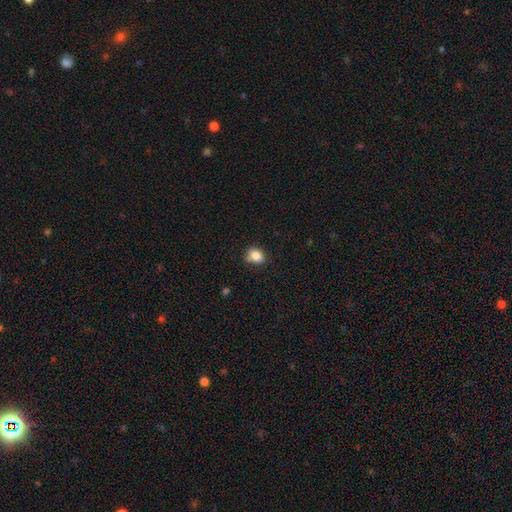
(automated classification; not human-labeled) Smooth or featured: smooth — 84% (star or artifact — 10%)
How rounded: round — 55% (in between — 44%)
Merging: none — 67% (minor disturbance — 25%)